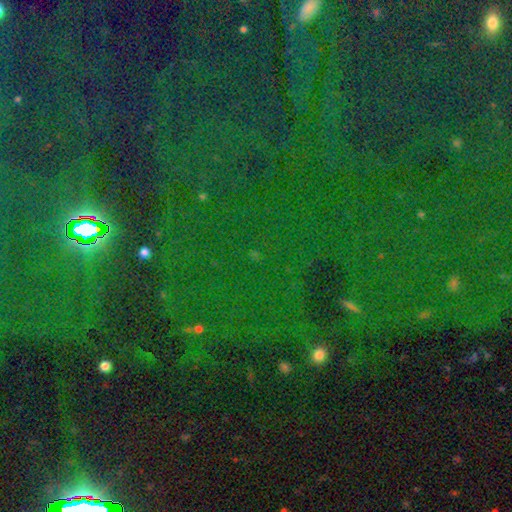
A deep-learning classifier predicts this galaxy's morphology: Smooth or featured: star or artifact — 84% (smooth — 9%)